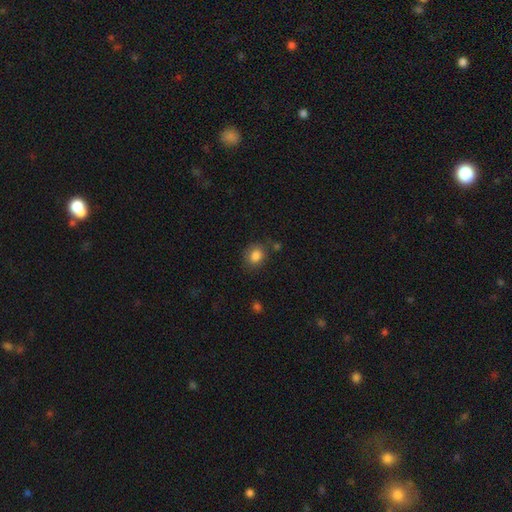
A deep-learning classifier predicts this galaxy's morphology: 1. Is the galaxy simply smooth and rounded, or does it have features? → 84% smooth, 9% star or artifact, 6% featured or disk.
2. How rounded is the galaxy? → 63% round, 36% in between, 1% cigar-shaped.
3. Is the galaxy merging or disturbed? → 75% none, 16% minor disturbance, 5% major disturbance, 4% merger.